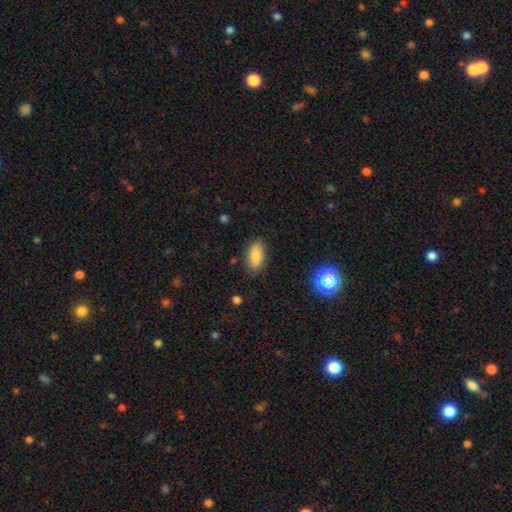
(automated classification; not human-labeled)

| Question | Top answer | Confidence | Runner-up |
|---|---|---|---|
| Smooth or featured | smooth | 81% | featured or disk (10%) |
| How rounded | in between | 90% | cigar-shaped (6%) |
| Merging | none | 83% | minor disturbance (12%) |